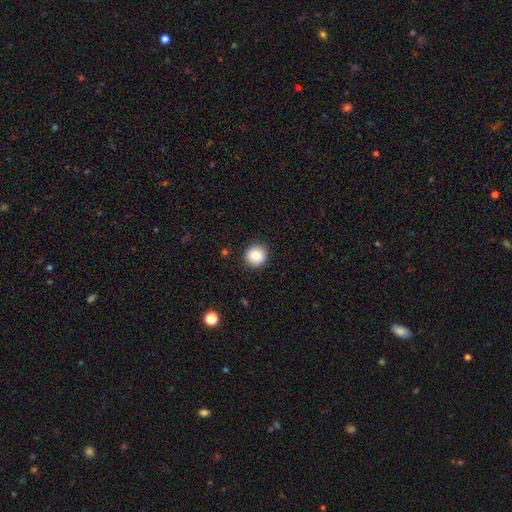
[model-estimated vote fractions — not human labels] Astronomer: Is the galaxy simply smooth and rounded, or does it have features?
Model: smooth — 88%.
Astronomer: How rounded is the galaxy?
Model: round — 92%.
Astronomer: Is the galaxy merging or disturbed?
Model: none — 90%.